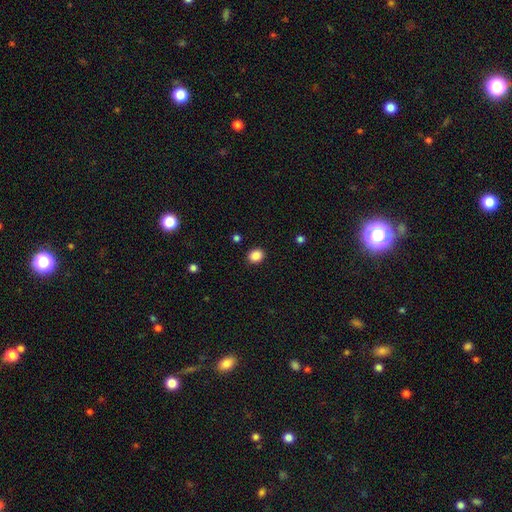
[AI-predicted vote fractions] The model was most divided on "how rounded": round: 61%, in between: 38%, cigar-shaped: 1%. More confident: merging — none (90%); smooth or featured — smooth (87%).